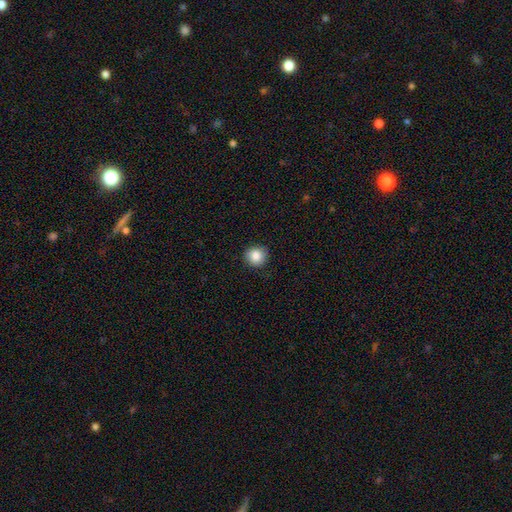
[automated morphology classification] Overall: smooth (87%). How rounded: round (90%). Merging: none (86%).